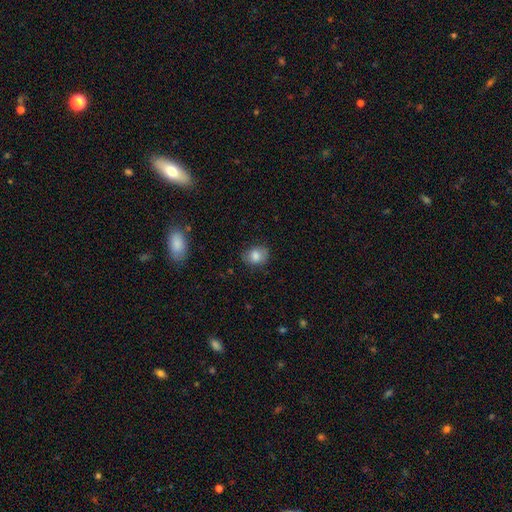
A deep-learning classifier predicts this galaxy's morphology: Q: Smooth or featured?
A: smooth (83%); runner-up: star or artifact (9%)
Q: How rounded?
A: round (52%); runner-up: in between (47%)
Q: Merging?
A: none (75%); runner-up: minor disturbance (19%)